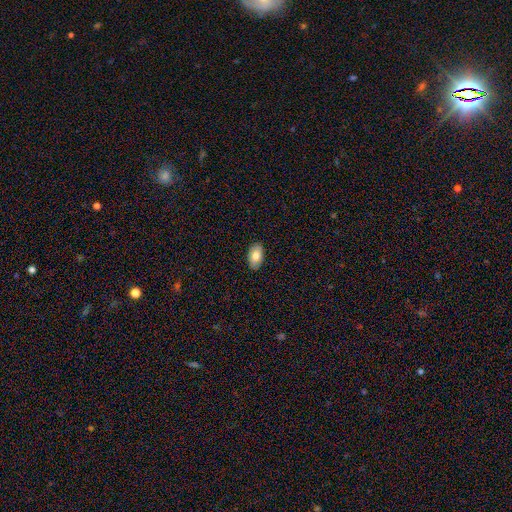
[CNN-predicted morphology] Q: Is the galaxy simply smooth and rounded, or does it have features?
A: smooth — 78%.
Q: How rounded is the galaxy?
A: in between — 94%.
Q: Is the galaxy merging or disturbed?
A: none — 89%.